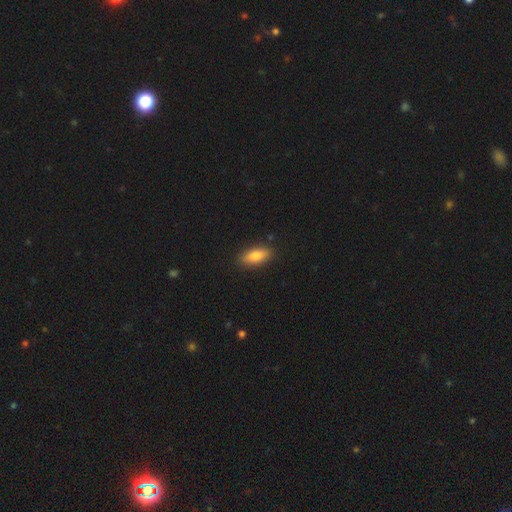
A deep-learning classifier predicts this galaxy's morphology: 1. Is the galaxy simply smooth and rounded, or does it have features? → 83% smooth, 10% featured or disk, 7% star or artifact.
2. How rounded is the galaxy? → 84% in between, 13% cigar-shaped, 3% round.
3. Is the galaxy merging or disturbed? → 88% none, 9% minor disturbance, 2% major disturbance, 1% merger.